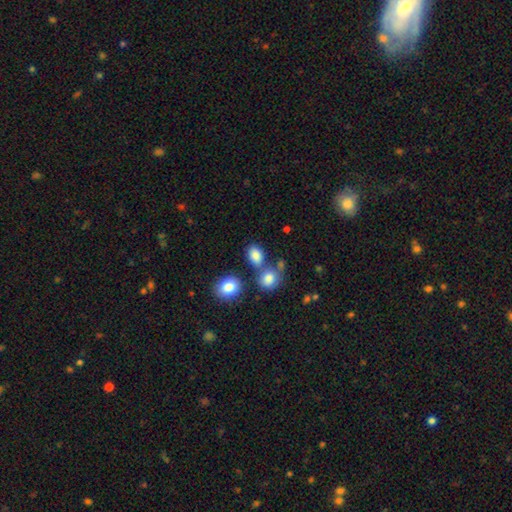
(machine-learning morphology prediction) Smooth or featured: smooth — 84% (star or artifact — 10%)
How rounded: in between — 70% (round — 28%)
Merging: none — 60% (merger — 23%)